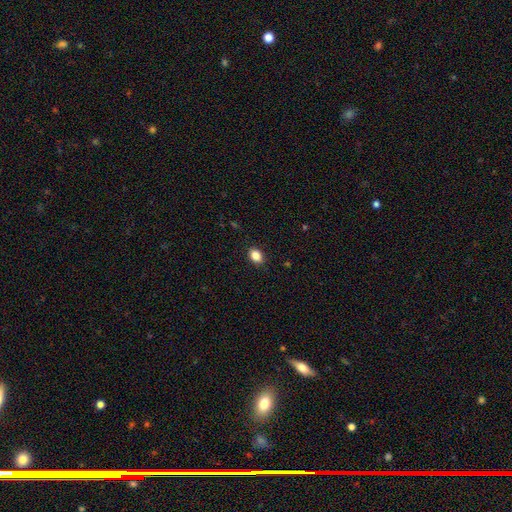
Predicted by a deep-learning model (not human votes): Overall: smooth (86%). How rounded: in between (74%). Merging: none (88%).